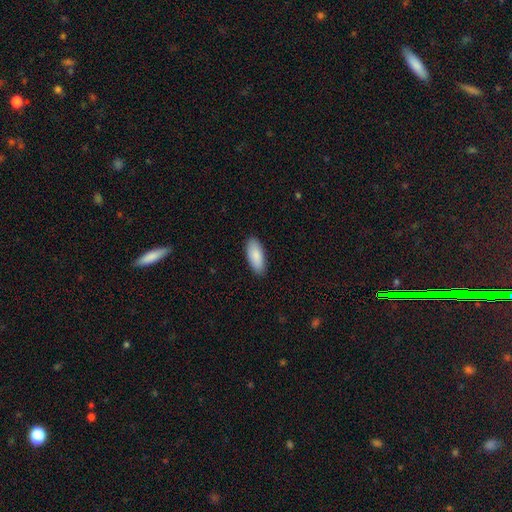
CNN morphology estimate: A smooth galaxy with no disk features (89%) that is in between round and cigar-shaped (85%). Merging: none (89%).